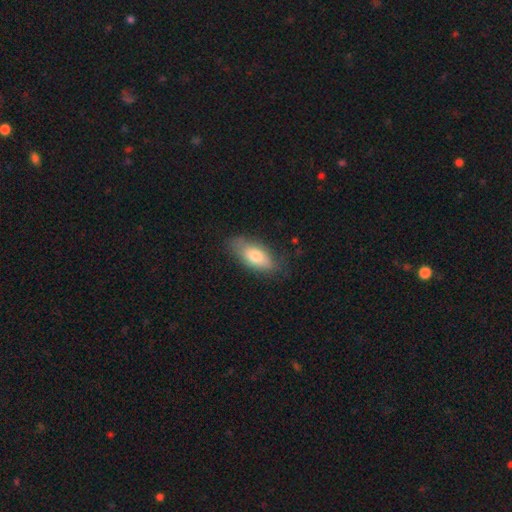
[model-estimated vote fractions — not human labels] Smooth or featured? Predicted: smooth (p=0.73). How rounded? Predicted: in between (p=0.86). Merging? Predicted: none (p=0.72).